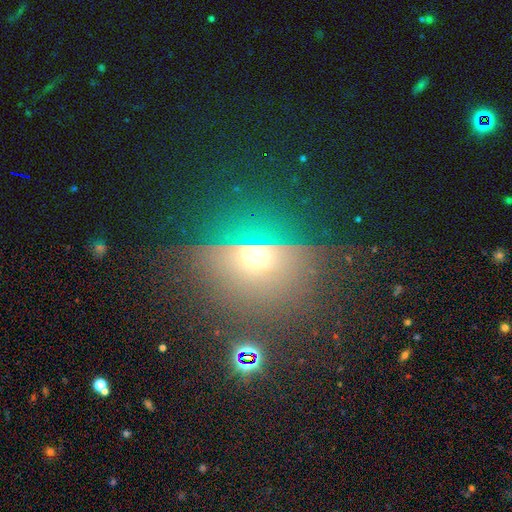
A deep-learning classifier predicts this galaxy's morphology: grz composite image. It shows a featured or disk galaxy (37%). Merging: none (68%).